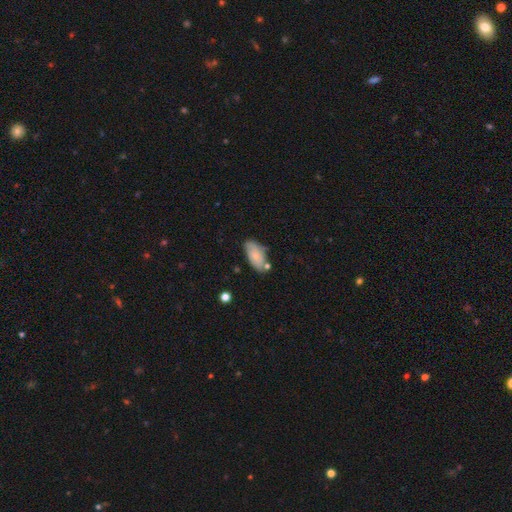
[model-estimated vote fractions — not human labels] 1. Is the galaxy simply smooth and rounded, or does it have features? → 76% smooth, 17% featured or disk, 7% star or artifact.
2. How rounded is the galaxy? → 91% in between, 6% cigar-shaped, 3% round.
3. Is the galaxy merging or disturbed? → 59% none, 26% minor disturbance, 9% merger, 6% major disturbance.